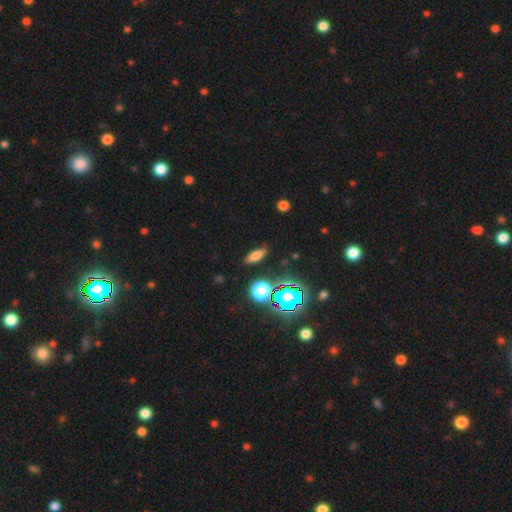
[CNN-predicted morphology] Smooth or featured?
  - smooth: 63% *
  - star or artifact: 20%
  - featured or disk: 16%
How rounded?
  - in between: 66% *
  - cigar-shaped: 26%
  - round: 8%
Merging?
  - none: 85% *
  - minor disturbance: 10%
  - major disturbance: 3%
  - merger: 2%